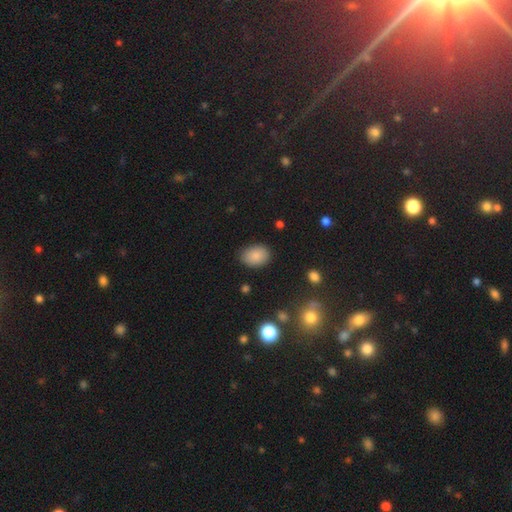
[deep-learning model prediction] The model was most divided on "how rounded": in between: 77%, round: 22%, cigar-shaped: 1%. More confident: smooth or featured — smooth (85%); merging — none (84%).